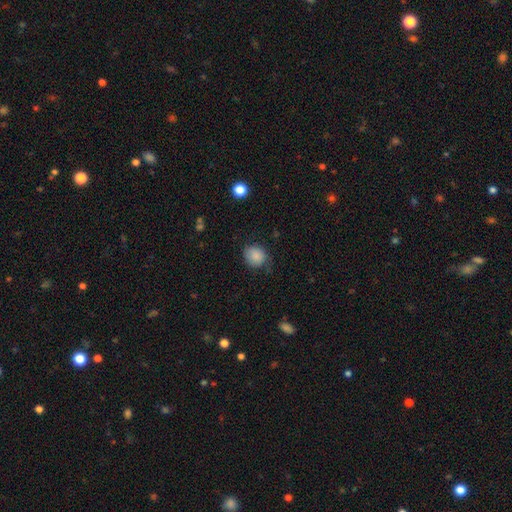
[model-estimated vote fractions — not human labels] smooth 86%, star or artifact 9%, featured or disk 6%. Down the decision tree: how rounded — round (67%); merging — none (66%).